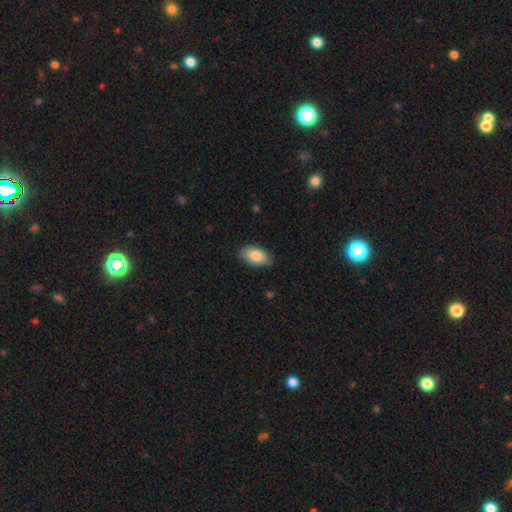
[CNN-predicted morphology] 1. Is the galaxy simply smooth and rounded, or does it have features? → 84% smooth, 10% featured or disk, 6% star or artifact.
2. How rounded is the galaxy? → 94% in between, 4% round, 2% cigar-shaped.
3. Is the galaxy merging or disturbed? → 83% none, 14% minor disturbance, 2% major disturbance, 1% merger.